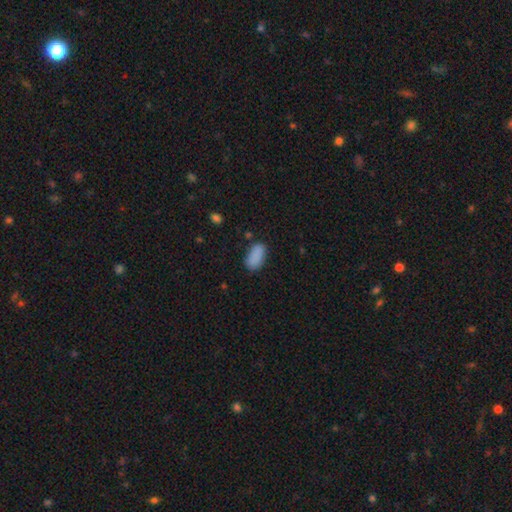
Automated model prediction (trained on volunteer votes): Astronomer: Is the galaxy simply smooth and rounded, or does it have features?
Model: smooth — 88%.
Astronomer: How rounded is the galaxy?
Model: in between — 93%.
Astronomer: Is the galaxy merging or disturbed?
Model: none — 77%.